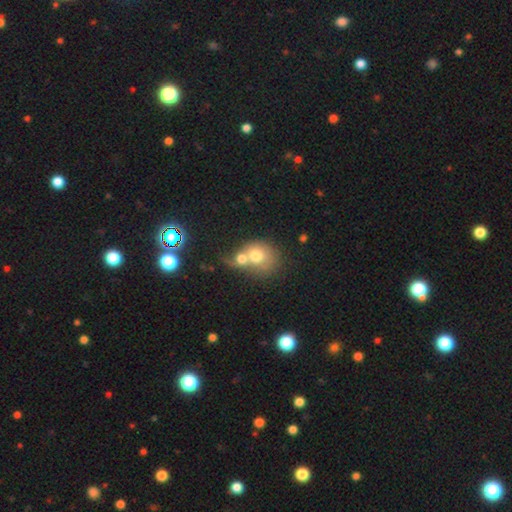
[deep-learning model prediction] smooth 66%, featured or disk 24%, star or artifact 10%. Down the decision tree: how rounded — round (67%); merging — merger (72%).